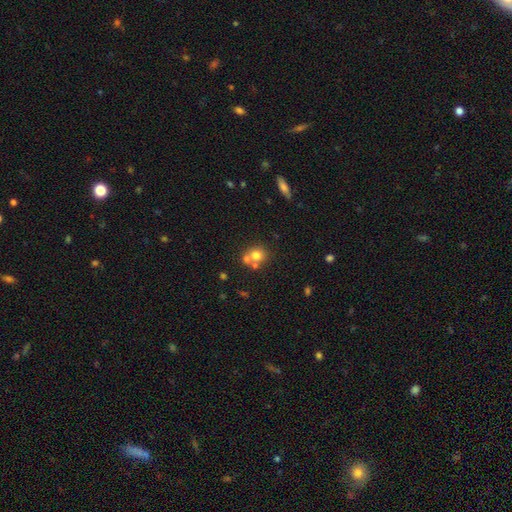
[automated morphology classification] smooth_or_featured: smooth (p=0.71) [alt: featured or disk p=0.16]
how_rounded: round (p=0.82) [alt: in between p=0.17]
merging: none (p=0.48) [alt: merger p=0.40]